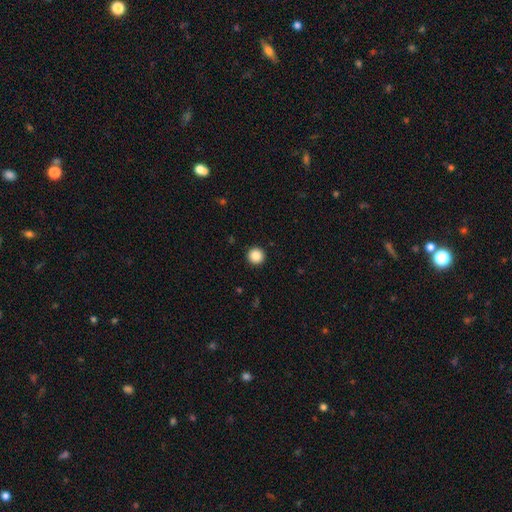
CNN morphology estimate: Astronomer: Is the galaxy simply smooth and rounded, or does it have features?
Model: smooth — 87%.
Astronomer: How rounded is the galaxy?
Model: round — 96%.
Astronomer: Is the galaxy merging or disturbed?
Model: none — 94%.